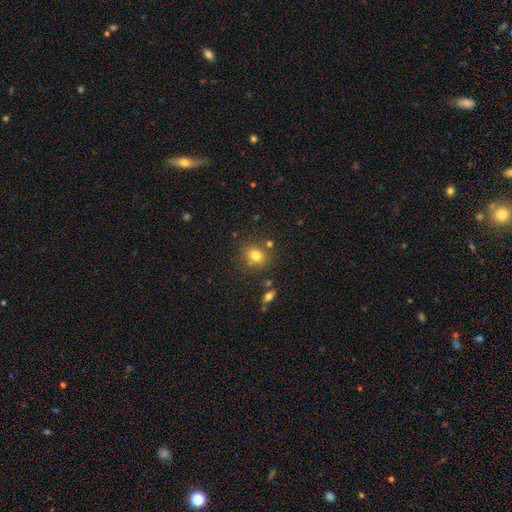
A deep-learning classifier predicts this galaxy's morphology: smooth 77%, star or artifact 13%, featured or disk 9%. Down the decision tree: how rounded — round (62%); merging — none (76%).